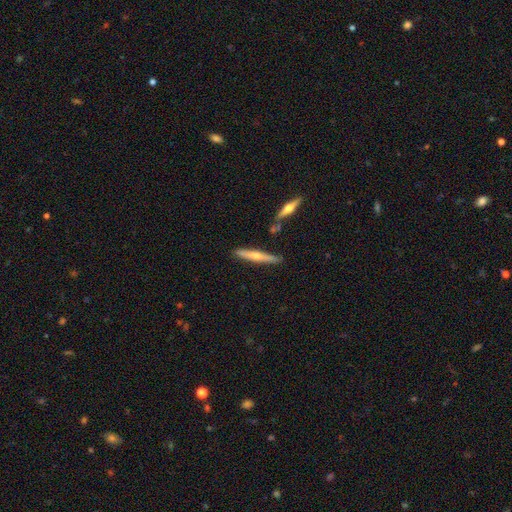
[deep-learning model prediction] A smooth galaxy with no disk features (48%). Merging: none (81%).